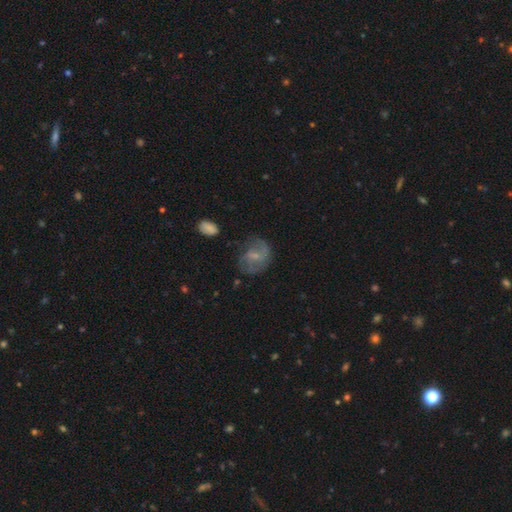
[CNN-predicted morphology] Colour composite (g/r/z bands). It shows a featured or disk galaxy (71%) with a weak bar (53%), 2 (69%) medium (44%) spiral arms (87%) and a small central bulge (63%). Merging: none (60%).